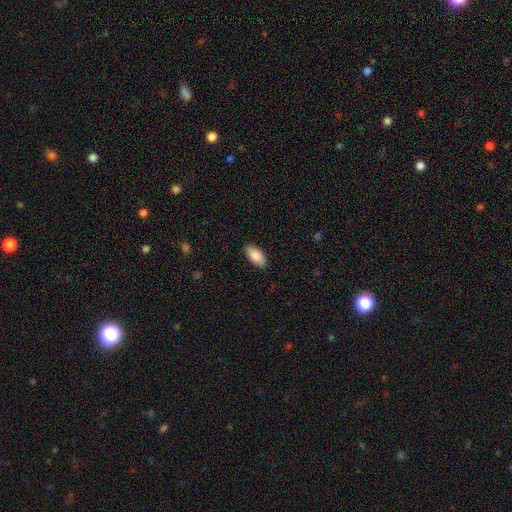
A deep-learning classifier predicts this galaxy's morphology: This appears to be a smooth galaxy with no disk features (88%) that is in between round and cigar-shaped (93%). Merging: none (88%).